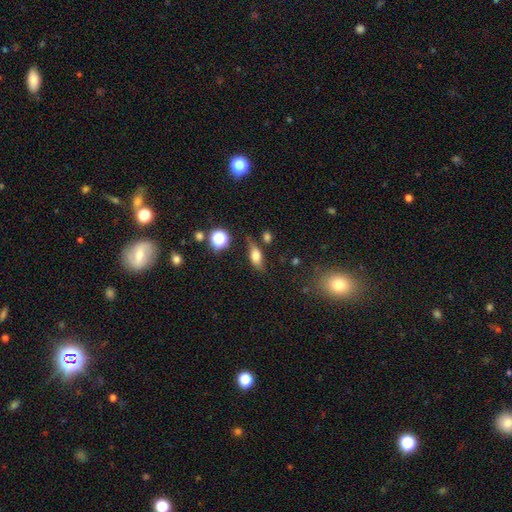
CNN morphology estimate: type=smooth (62%); roundness=in between (70%); merging=none (62%).